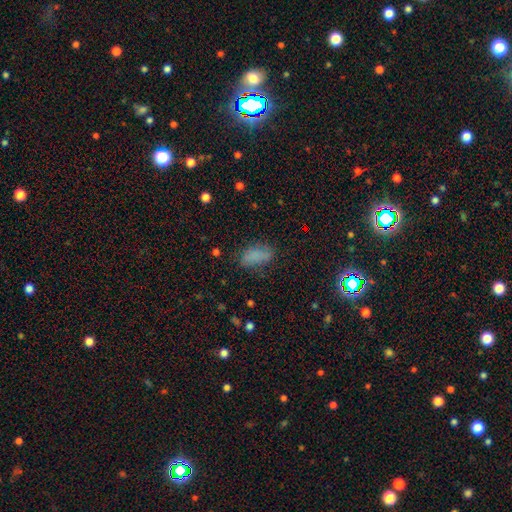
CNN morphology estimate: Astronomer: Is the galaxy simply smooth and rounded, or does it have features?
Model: smooth — 77%.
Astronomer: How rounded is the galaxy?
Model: in between — 88%.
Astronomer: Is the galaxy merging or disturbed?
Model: none — 69%.